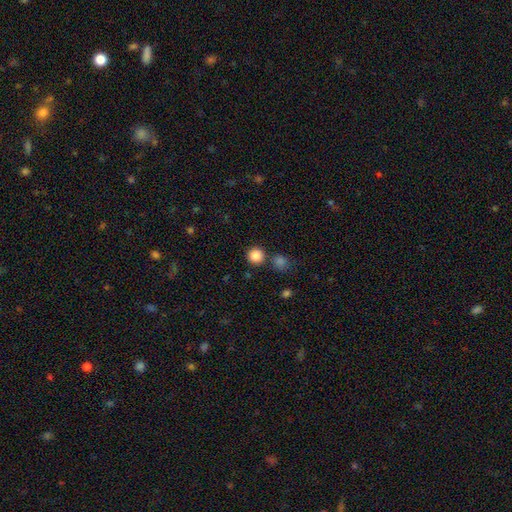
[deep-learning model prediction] smooth 85%, star or artifact 11%, featured or disk 4%. Down the decision tree: how rounded — round (94%); merging — none (82%).